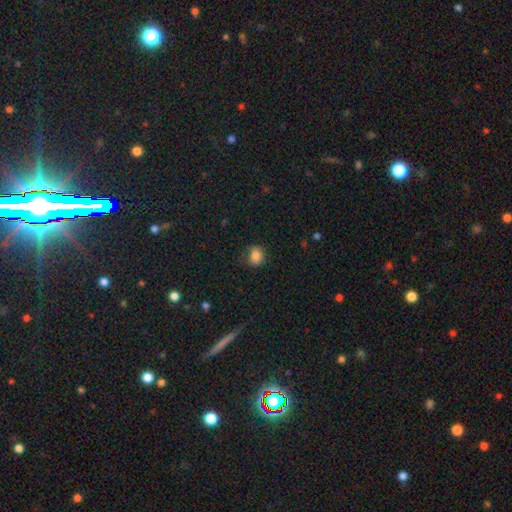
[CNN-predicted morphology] Smooth or featured: smooth — 84% (star or artifact — 11%)
How rounded: round — 66% (in between — 33%)
Merging: none — 72% (minor disturbance — 20%)